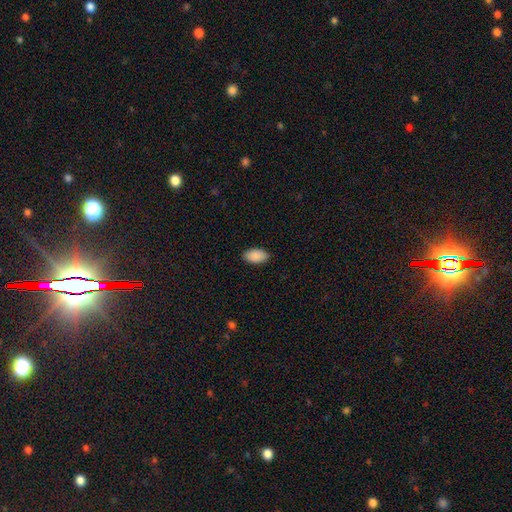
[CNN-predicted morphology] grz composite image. It shows a smooth galaxy with no disk features (91%) that is in between round and cigar-shaped (95%). Merging: none (88%).